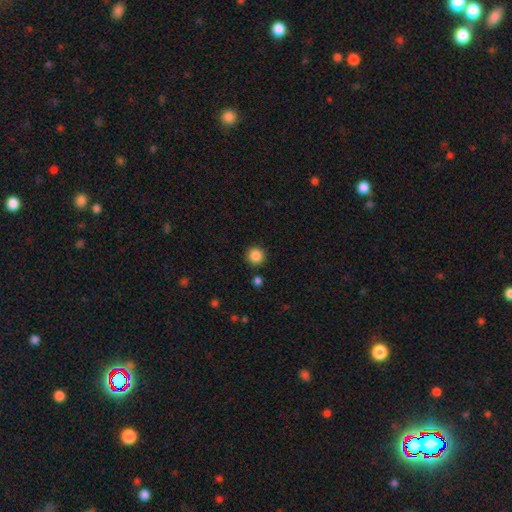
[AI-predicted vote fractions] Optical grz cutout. It shows a smooth galaxy with no disk features (87%) that is round (95%). Merging: none (90%).